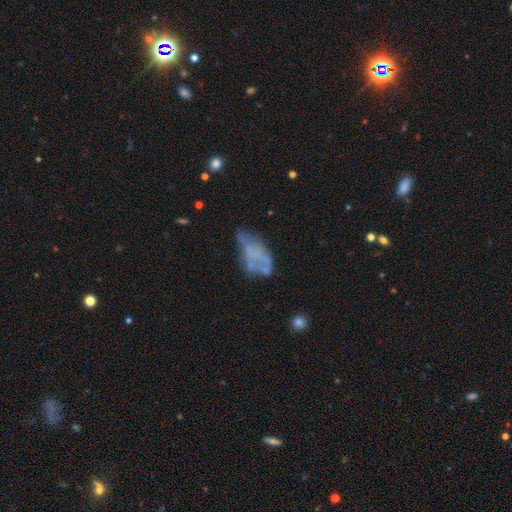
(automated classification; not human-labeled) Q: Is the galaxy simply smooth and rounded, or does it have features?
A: featured or disk — 51%.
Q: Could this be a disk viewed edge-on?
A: no — 94%.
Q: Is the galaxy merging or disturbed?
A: none — 32%.